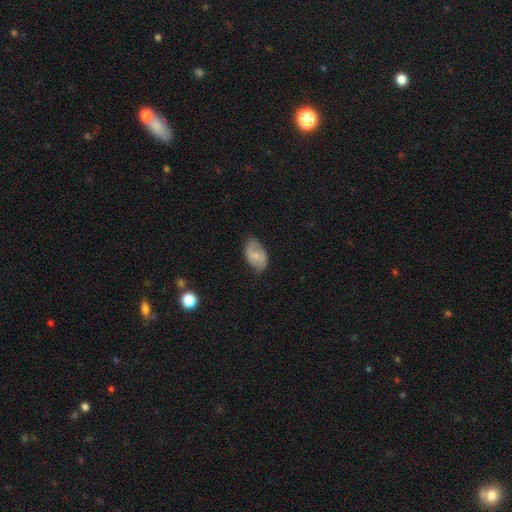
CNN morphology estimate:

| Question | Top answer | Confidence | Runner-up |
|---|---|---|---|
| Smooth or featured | smooth | 55% | featured or disk (39%) |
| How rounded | in between | 90% | round (8%) |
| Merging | none | 66% | minor disturbance (26%) |